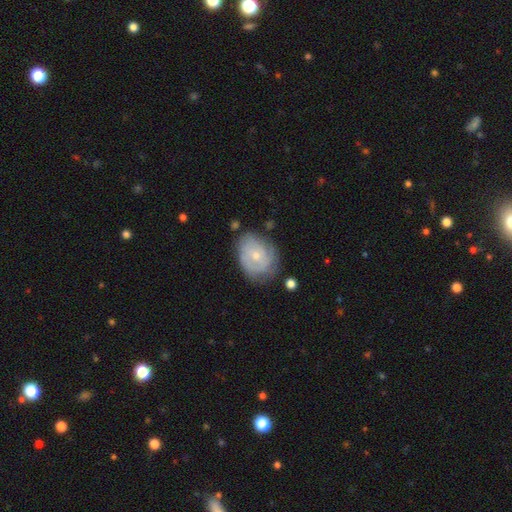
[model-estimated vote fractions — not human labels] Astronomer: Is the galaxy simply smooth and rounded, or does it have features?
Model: featured or disk — 62%.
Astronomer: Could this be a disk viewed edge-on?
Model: no — 97%.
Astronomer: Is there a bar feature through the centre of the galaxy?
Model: no — 76%.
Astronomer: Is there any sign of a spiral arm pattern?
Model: yes — 78%.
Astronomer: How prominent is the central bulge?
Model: small — 61%.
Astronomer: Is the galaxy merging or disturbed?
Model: none — 66%.